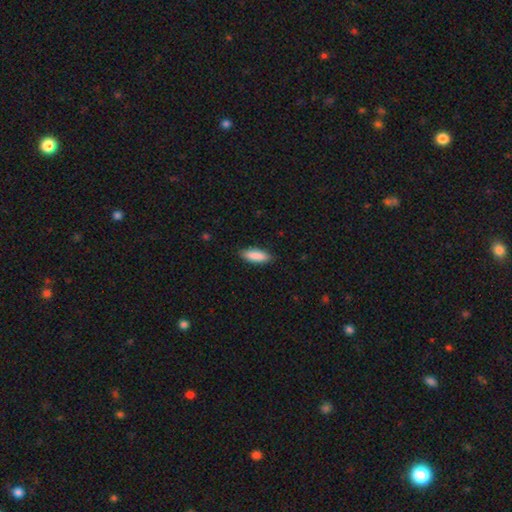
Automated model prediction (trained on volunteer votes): Smooth or featured? smooth (89%)
How rounded? in between (61%)
Merging? none (87%)